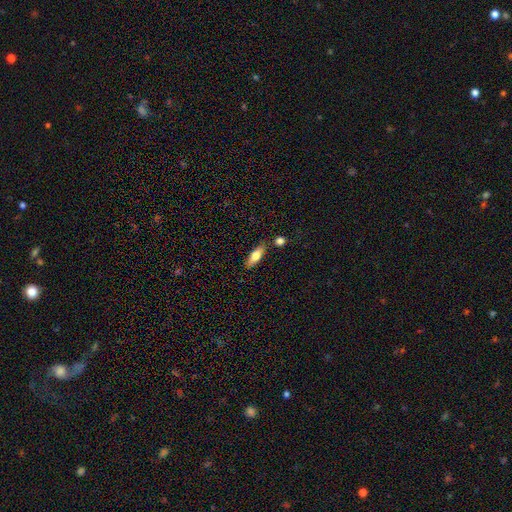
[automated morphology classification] Smooth or featured: smooth — 71% (featured or disk — 23%)
How rounded: in between — 55% (cigar-shaped — 42%)
Merging: none — 80% (minor disturbance — 12%)